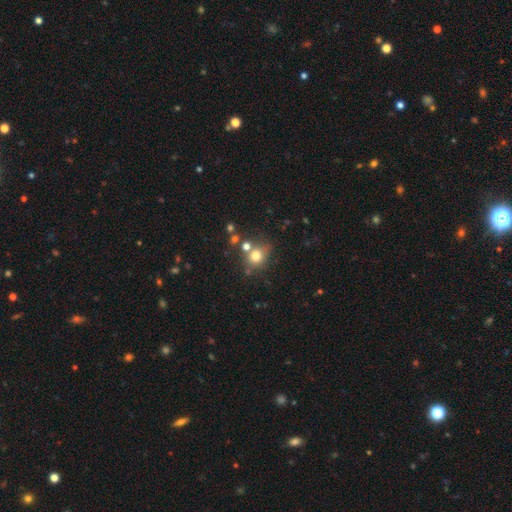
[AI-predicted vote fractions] A smooth galaxy with no disk features (73%) that is round (79%). Merging: none (63%).